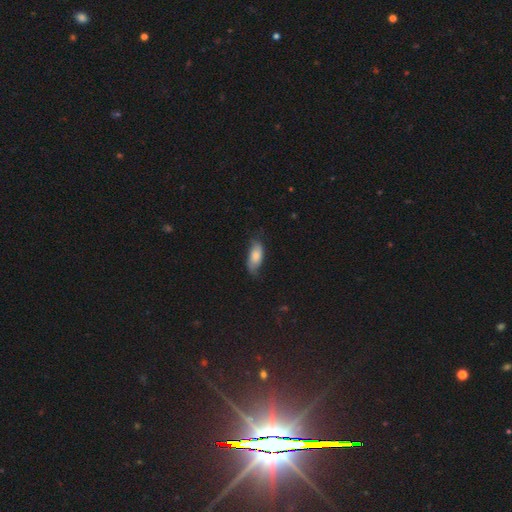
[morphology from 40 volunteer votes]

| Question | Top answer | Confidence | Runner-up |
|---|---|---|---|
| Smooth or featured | smooth | 65% | featured or disk (32%) |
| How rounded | in between | 73% | cigar-shaped (23%) |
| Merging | none | 67% | minor disturbance (26%) |